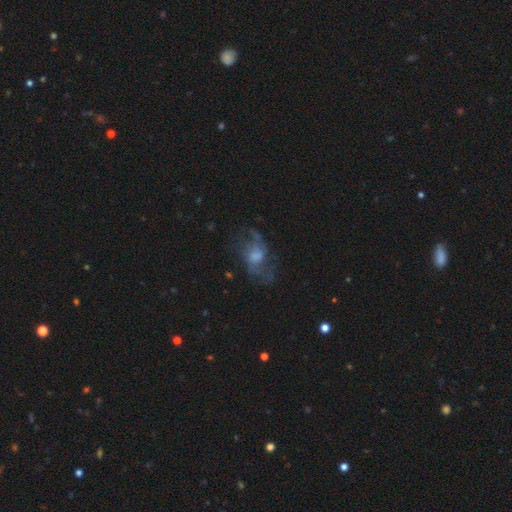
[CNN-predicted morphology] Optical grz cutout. It shows a featured or disk galaxy (61%) with no bar (68%), spiral arms (73%) and a moderate central bulge (39%). Merging: none (54%).